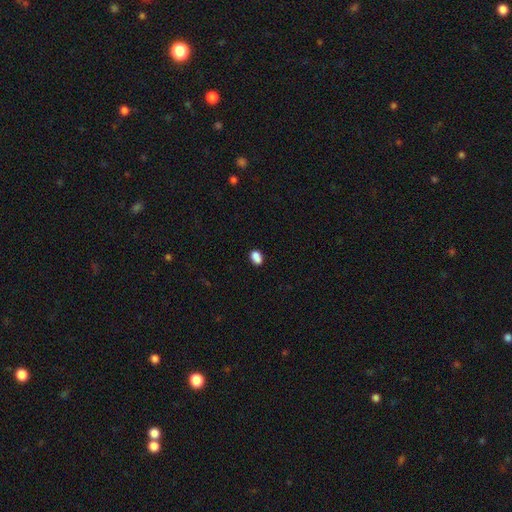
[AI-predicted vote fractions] smooth-or-featured: smooth: 84% | star or artifact: 11% | featured or disk: 5%
  how-rounded: in between: 82% | round: 16% | cigar-shaped: 2%
  merging: none: 71% | minor disturbance: 16% | merger: 9% | major disturbance: 4%